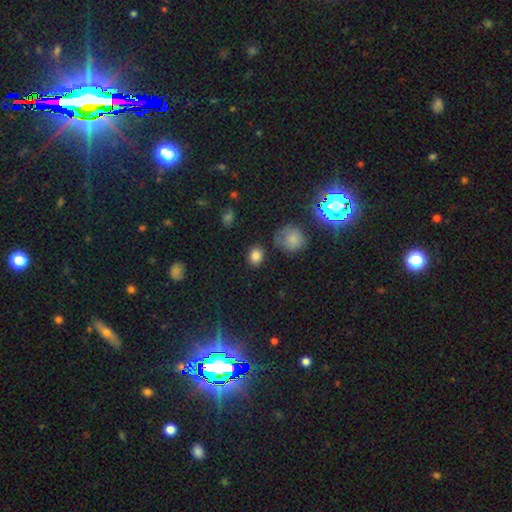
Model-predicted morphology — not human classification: Smooth or featured? Predicted: smooth (p=0.84). How rounded? Predicted: round (p=0.61). Merging? Predicted: none (p=0.81).